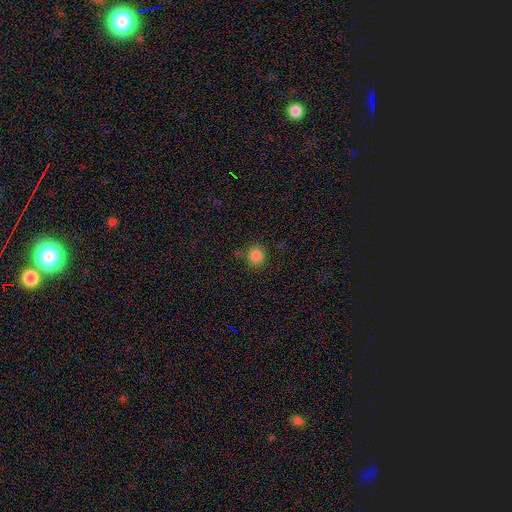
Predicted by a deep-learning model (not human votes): smooth 84%, star or artifact 12%, featured or disk 4%. Down the decision tree: how rounded — round (83%); merging — none (73%).